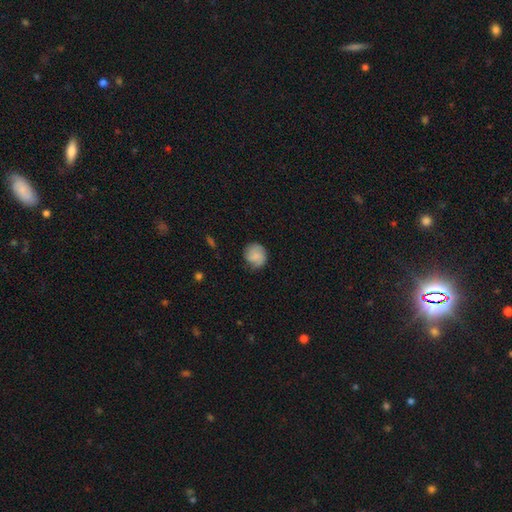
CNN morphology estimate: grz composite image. It shows a smooth galaxy with no disk features (70%) that is round (83%). Merging: none (66%).